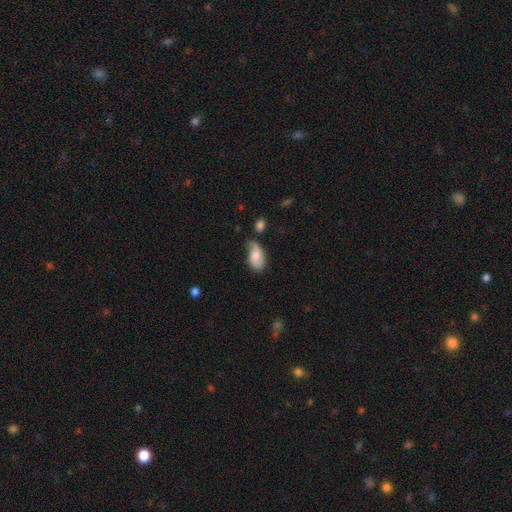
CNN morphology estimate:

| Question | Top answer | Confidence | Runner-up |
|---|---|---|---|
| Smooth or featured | smooth | 67% | featured or disk (26%) |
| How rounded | in between | 93% | round (4%) |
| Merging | none | 42% | minor disturbance (39%) |